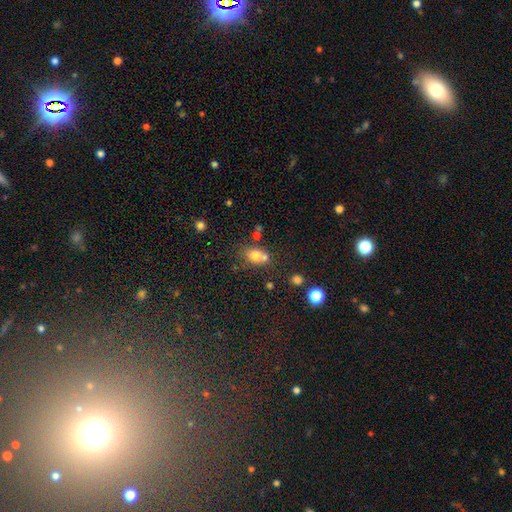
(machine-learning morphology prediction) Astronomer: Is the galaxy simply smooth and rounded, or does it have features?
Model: smooth — 75%.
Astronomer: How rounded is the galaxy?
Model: in between — 59% (runner-up: round, 39%).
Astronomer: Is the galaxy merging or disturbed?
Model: none — 46% (runner-up: merger, 36%).